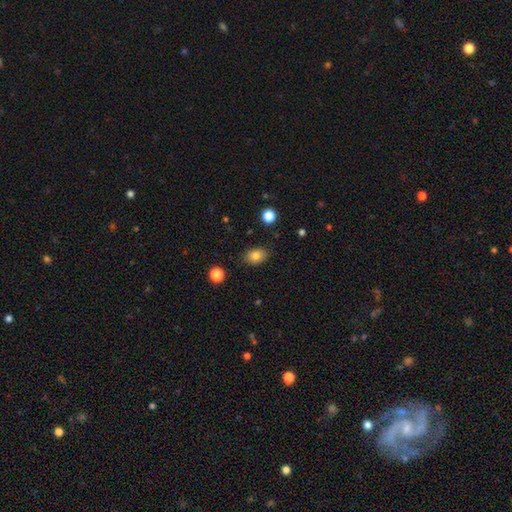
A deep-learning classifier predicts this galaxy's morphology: smooth_or_featured: smooth (p=0.82) [alt: star or artifact p=0.10]
how_rounded: in between (p=0.77) [alt: round p=0.22]
merging: none (p=0.84) [alt: minor disturbance p=0.12]